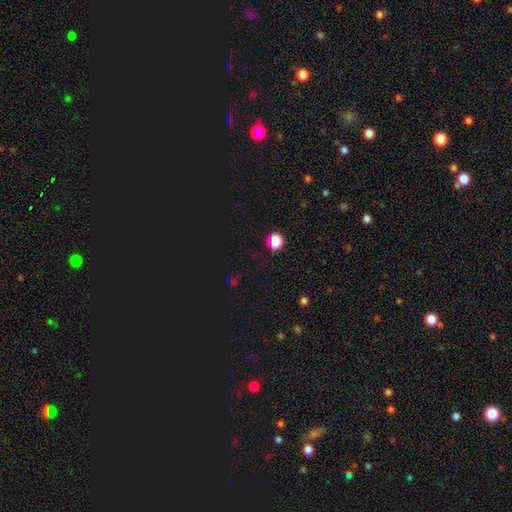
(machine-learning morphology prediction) This appears to be a star or artifact, not a galaxy (50%).